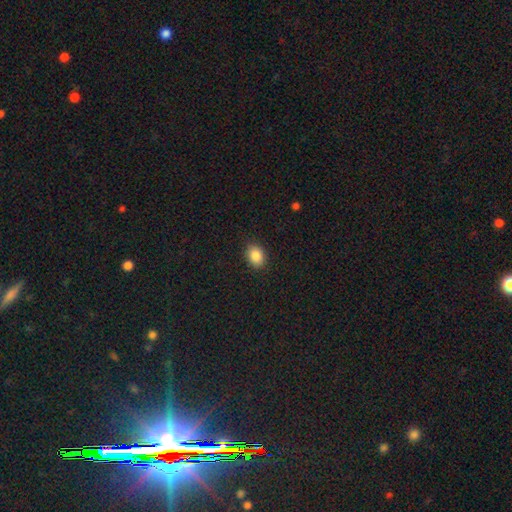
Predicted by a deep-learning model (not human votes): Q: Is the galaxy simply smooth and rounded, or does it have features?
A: smooth — 88%.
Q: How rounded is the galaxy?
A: in between — 69%.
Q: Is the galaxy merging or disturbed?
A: none — 88%.